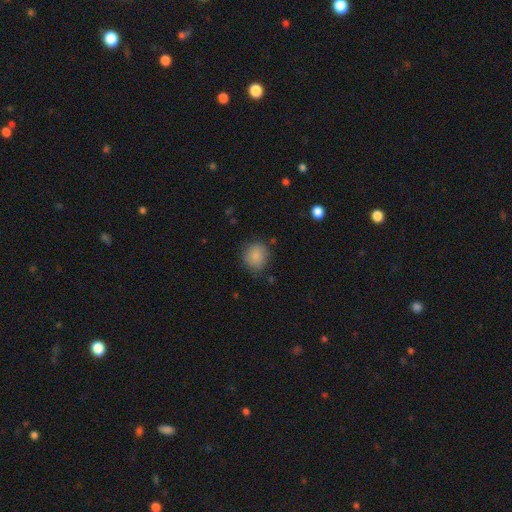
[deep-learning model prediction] This appears to be a smooth galaxy with no disk features (85%) that is round (78%). Merging: none (78%).